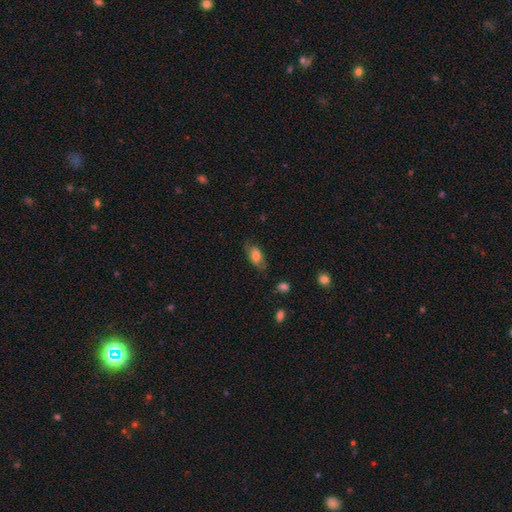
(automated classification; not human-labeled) This appears to be a smooth galaxy with no disk features (71%) that is in between round and cigar-shaped (89%). Merging: none (67%).